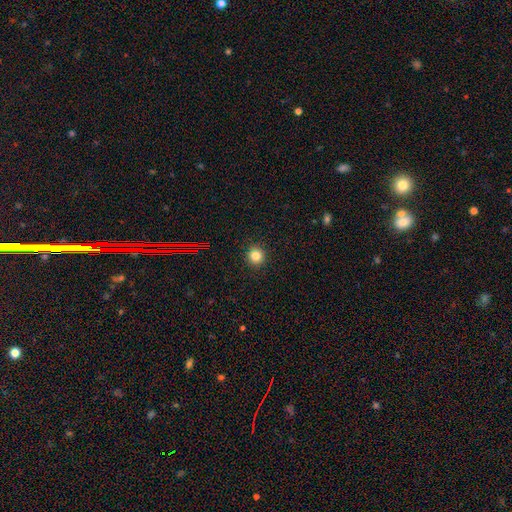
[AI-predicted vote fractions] Morphology: type=smooth (81%); roundness=round (92%); merging=none (92%).